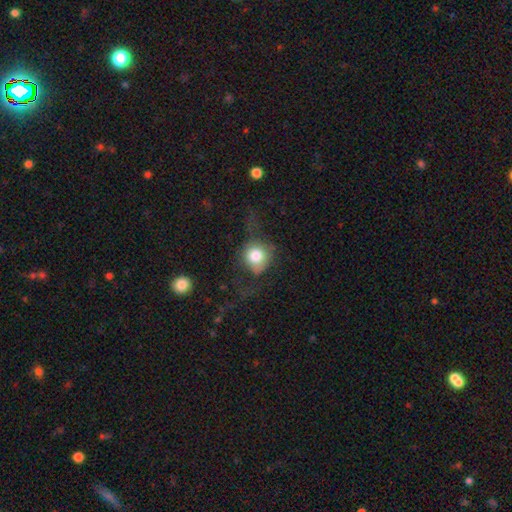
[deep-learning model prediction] smooth 74%, featured or disk 16%, star or artifact 10%. Down the decision tree: how rounded — round (83%); merging — none (48%).